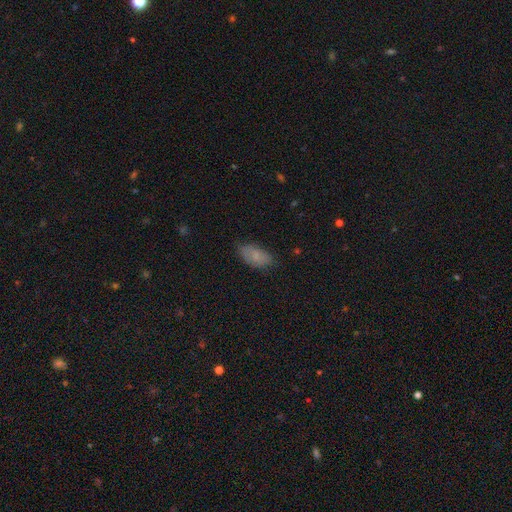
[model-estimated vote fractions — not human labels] smooth 80%, featured or disk 12%, star or artifact 8%. Down the decision tree: how rounded — in between (93%); merging — none (70%).